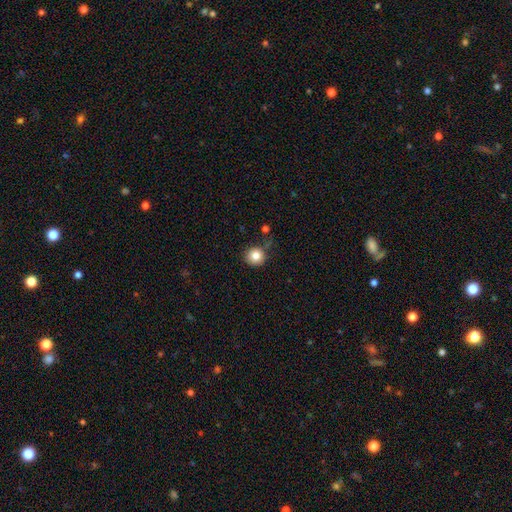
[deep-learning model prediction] smooth 83%, star or artifact 10%, featured or disk 7%. Down the decision tree: how rounded — round (93%); merging — none (78%).